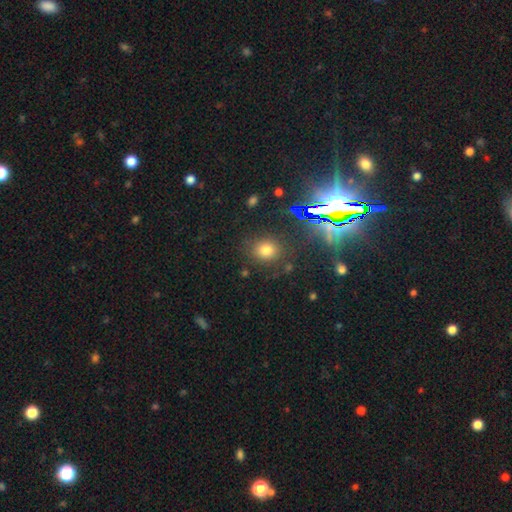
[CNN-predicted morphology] A star or artifact, not a galaxy (46%).

Vote fractions:
- Smooth or featured? star or artifact: 46% / smooth: 44% / featured or disk: 10%